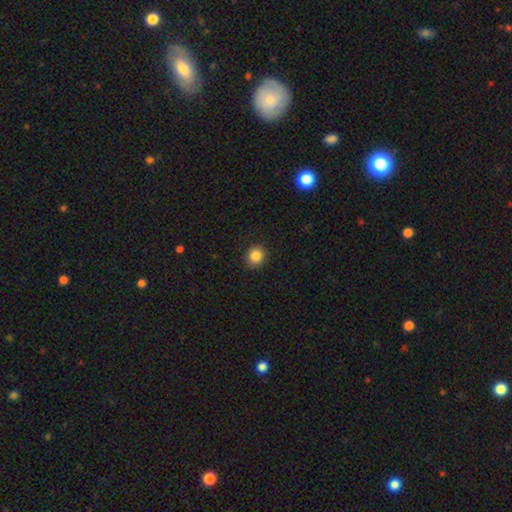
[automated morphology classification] smooth_or_featured: smooth (p=0.86) [alt: star or artifact p=0.10]
how_rounded: round (p=0.82) [alt: in between p=0.17]
merging: none (p=0.91) [alt: minor disturbance p=0.06]